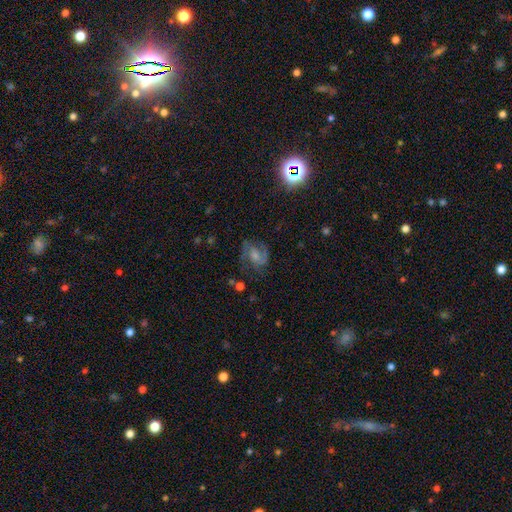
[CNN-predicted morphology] Smooth or featured?
  - featured or disk: 66% *
  - smooth: 24%
  - star or artifact: 10%
Edge-on disk?
  - no: 97% *
  - yes: 3%
Bar?
  - no: 57% *
  - weak: 35%
  - strong: 7%
Spiral arms?
  - yes: 87% *
  - no: 13%
Spiral winding?
  - medium: 49% *
  - tight: 27%
  - loose: 23%
Spiral arm count?
  - 2: 58% *
  - can't tell: 18%
  - 1: 10%
  - 3: 10%
  - 4: 3%
  - more than 4: 2%
Bulge size?
  - small: 38% * (tied)
  - moderate: 38% * (tied)
  - none: 14%
  - large: 8%
  - dominant: 2%
Merging?
  - none: 58% *
  - minor disturbance: 21%
  - major disturbance: 18%
  - merger: 2%